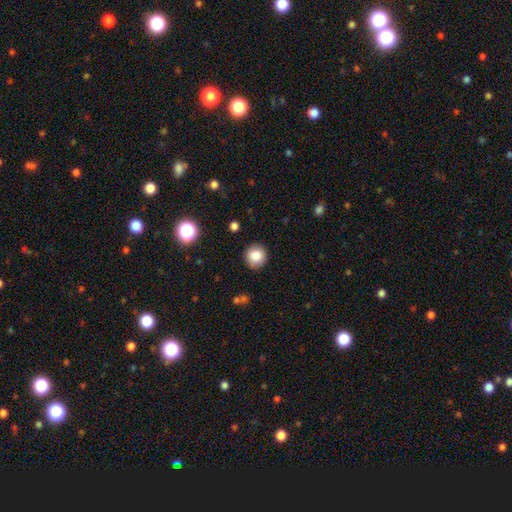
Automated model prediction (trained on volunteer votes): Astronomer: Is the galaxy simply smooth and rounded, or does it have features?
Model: smooth — 84%.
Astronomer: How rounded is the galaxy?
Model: round — 93%.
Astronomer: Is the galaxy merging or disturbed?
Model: none — 90%.